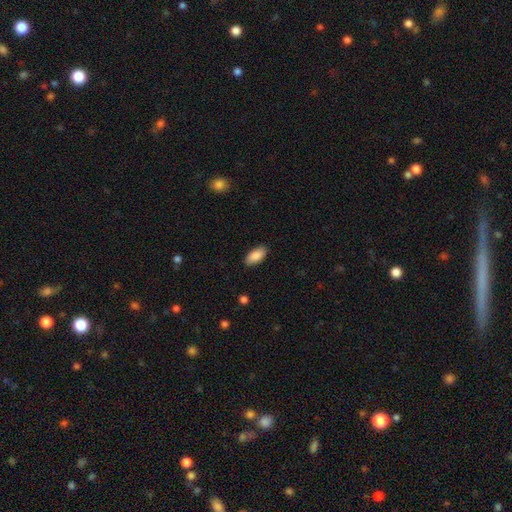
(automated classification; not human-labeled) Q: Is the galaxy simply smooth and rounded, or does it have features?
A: smooth — 89%.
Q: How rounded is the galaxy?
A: in between — 91%.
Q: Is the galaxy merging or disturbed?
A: none — 88%.